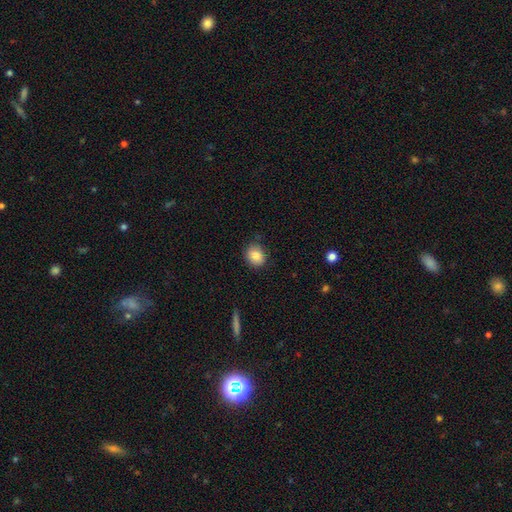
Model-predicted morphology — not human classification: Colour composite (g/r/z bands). It shows a smooth galaxy with no disk features (84%) that is round (66%). Merging: none (82%).